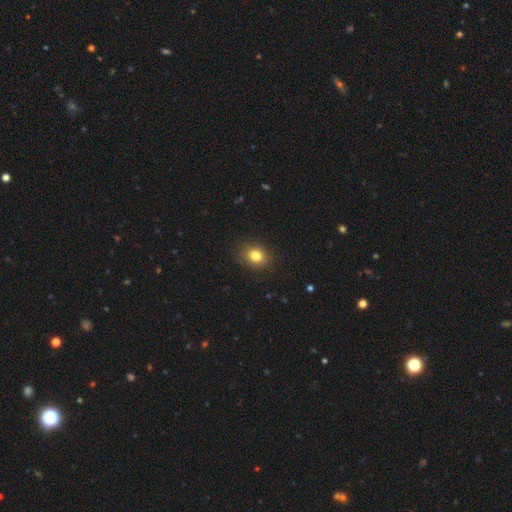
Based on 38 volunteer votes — Smooth or featured: smooth — 89% (featured or disk — 5%)
How rounded: round — 56% (in between — 44%)
Merging: none — 83% (minor disturbance — 11%)